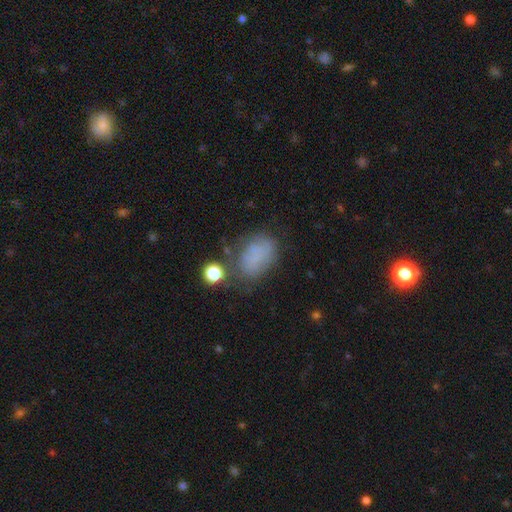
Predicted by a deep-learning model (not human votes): Morphology: type=smooth (66%); roundness=in between (79%); merging=none (52%).